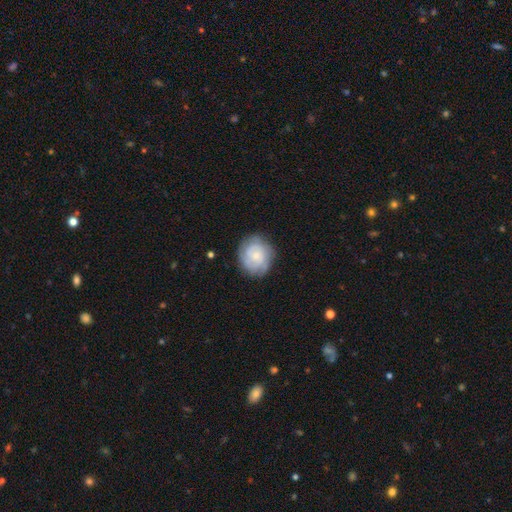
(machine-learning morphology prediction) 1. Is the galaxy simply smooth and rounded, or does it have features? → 61% featured or disk, 33% smooth, 7% star or artifact.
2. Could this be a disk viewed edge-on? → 98% no, 2% yes.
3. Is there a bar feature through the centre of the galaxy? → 77% no, 20% weak, 3% strong.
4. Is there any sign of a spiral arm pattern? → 87% yes, 13% no.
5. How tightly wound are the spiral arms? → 66% tight, 27% medium, 7% loose.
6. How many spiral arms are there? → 39% can't tell, 24% 2, 20% 3, 7% 4, 5% 1, 4% more than 4.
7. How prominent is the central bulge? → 61% small, 27% moderate, 7% none, 3% large, 1% dominant.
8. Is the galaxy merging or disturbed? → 77% none, 17% minor disturbance, 5% major disturbance, 1% merger.